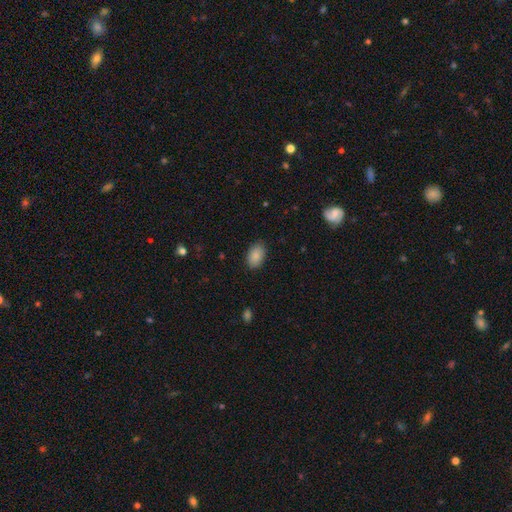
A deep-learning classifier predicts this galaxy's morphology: Smooth or featured? smooth (88%)
How rounded? in between (89%)
Merging? none (86%)